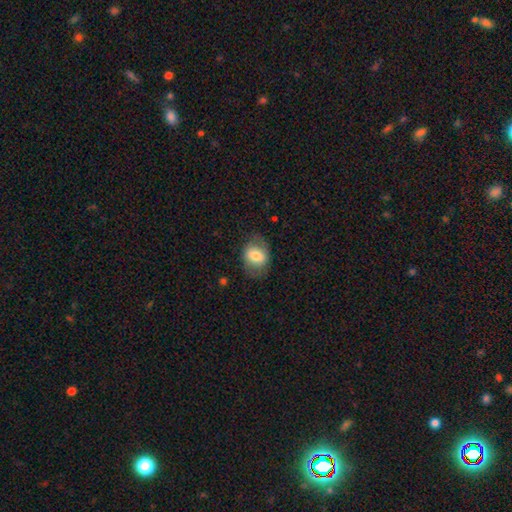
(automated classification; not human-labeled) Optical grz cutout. It shows a smooth galaxy with no disk features (69%) that is in between round and cigar-shaped (62%). Merging: none (71%).